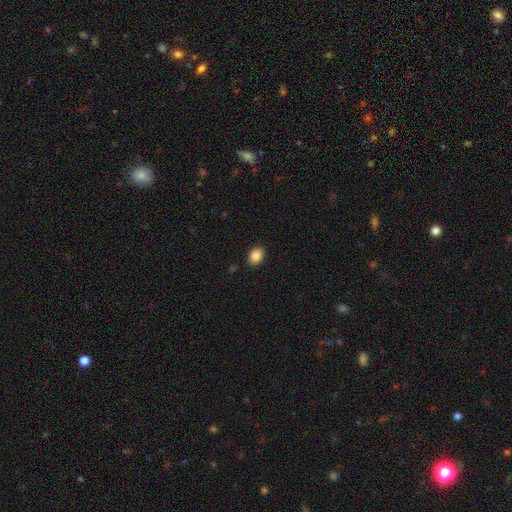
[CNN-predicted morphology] Smooth or featured?
  - smooth: 87% *
  - star or artifact: 8%
  - featured or disk: 5%
How rounded?
  - in between: 73% *
  - round: 26%
  - cigar-shaped: 1%
Merging?
  - none: 88% *
  - minor disturbance: 9%
  - major disturbance: 2%
  - merger: 1%